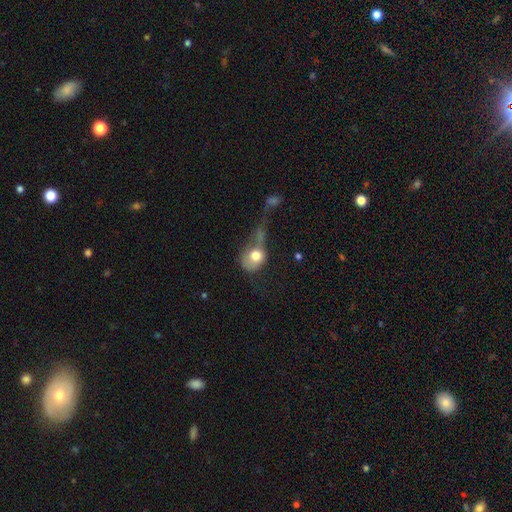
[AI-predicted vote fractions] A smooth galaxy with no disk features (69%) that is round (54%). Merging: major disturbance (42%).